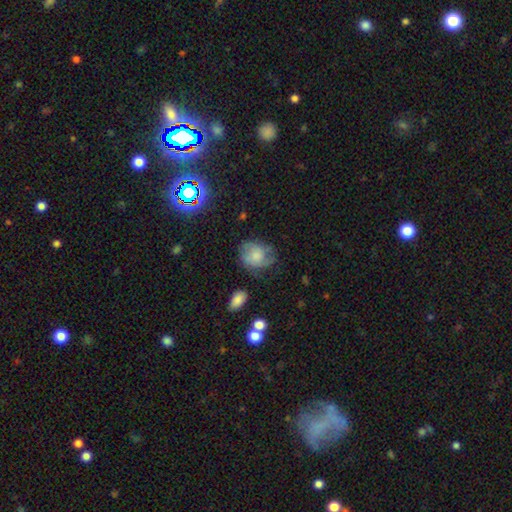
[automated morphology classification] This appears to be a smooth galaxy with no disk features (56%) that is round (56%). Merging: none (53%).